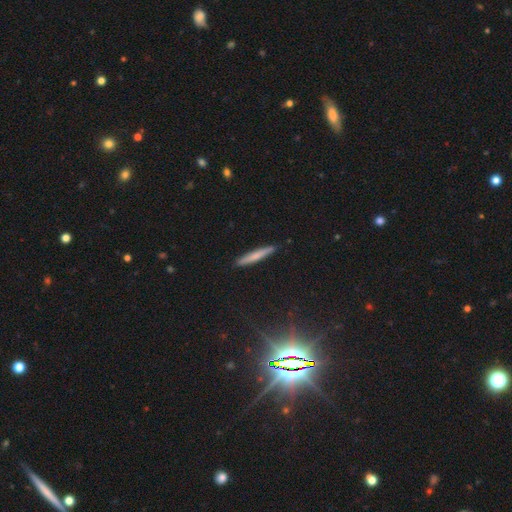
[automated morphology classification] This appears to be a smooth galaxy with no disk features (66%) that is cigar-shaped (95%). Merging: none (91%).